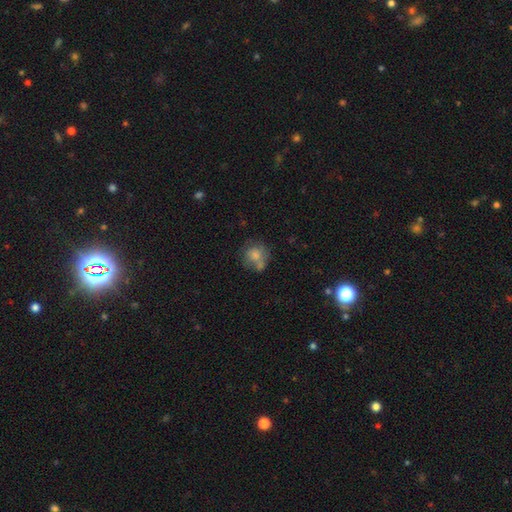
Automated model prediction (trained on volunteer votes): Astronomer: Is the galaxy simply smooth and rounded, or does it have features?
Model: smooth — 73%.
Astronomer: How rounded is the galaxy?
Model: round — 79%.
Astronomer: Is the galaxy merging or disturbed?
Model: none — 45% (runner-up: merger, 28%).